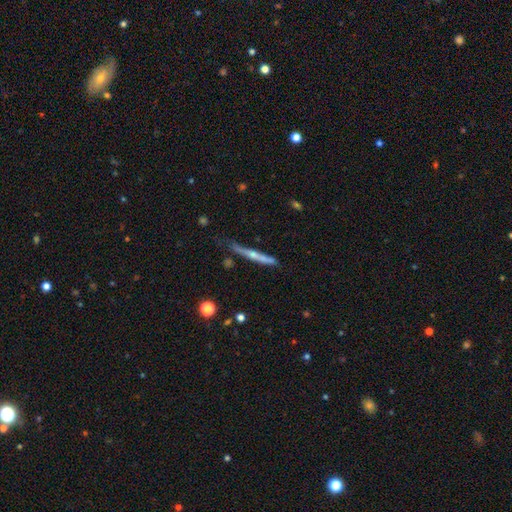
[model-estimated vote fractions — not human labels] smooth-or-featured: featured or disk: 65% | smooth: 28% | star or artifact: 7%
  disk-edge-on: yes: 96% | no: 4%
    edge-on-bulge: rounded: 71% | none: 23% | boxy: 6%
  merging: none: 71% | minor disturbance: 21% | major disturbance: 5% | merger: 4%